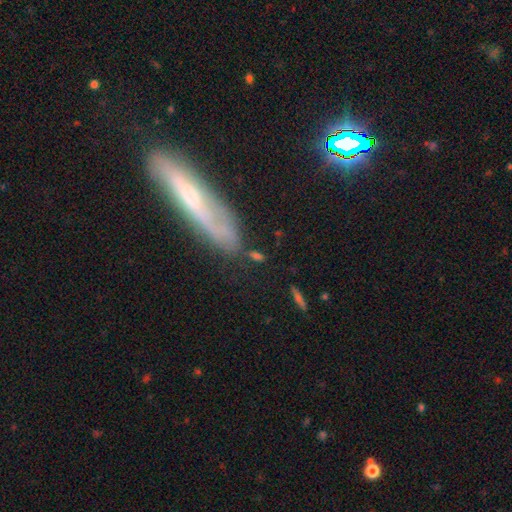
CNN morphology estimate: Smooth or featured? smooth (48%)
Merging? none (61%)